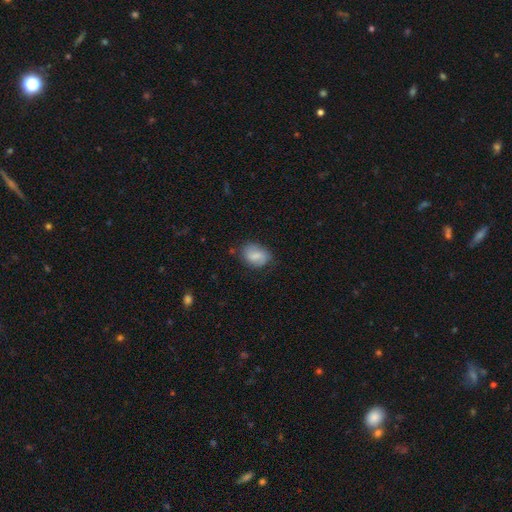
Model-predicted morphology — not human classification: smooth 63%, featured or disk 29%, star or artifact 8%. Down the decision tree: how rounded — in between (66%); merging — none (70%).